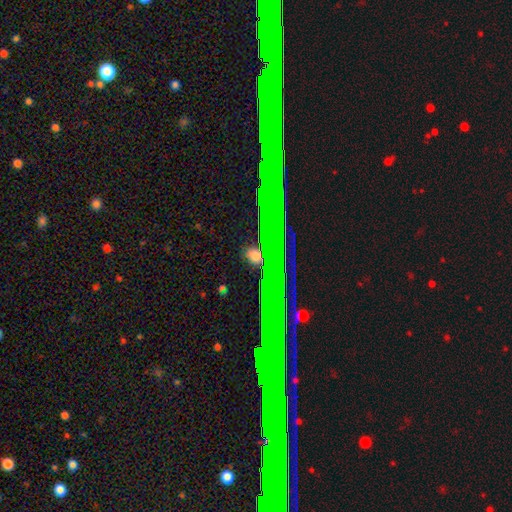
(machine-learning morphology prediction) smooth-or-featured: star or artifact: 59% | smooth: 26% | featured or disk: 14%